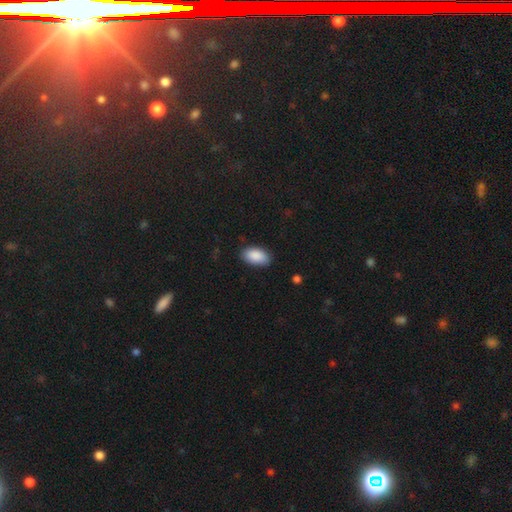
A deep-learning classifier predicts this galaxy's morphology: Overall: smooth (90%). How rounded: in between (95%). Merging: none (85%).